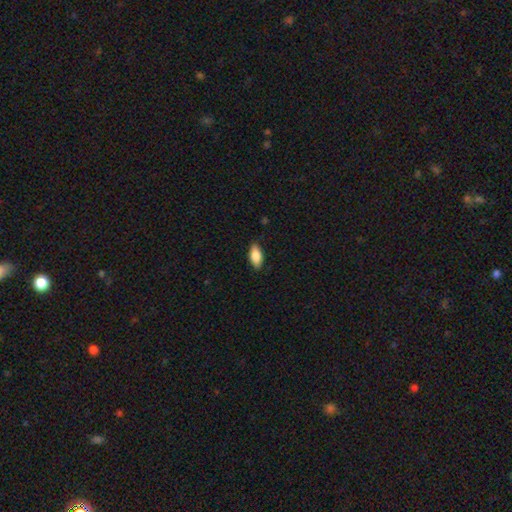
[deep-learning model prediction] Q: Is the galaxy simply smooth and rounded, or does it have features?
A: smooth — 84%.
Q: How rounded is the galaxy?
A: in between — 89%.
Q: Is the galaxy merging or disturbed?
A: none — 86%.